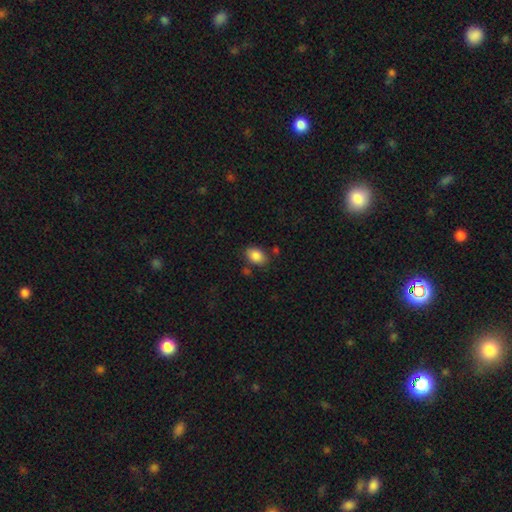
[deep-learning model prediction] Smooth or featured? smooth (86%)
How rounded? in between (82%)
Merging? none (75%)